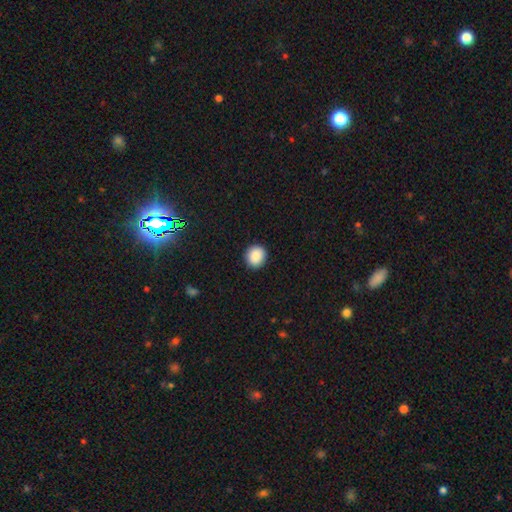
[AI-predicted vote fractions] smooth_or_featured: smooth (p=0.89) [alt: star or artifact p=0.08]
how_rounded: round (p=0.83) [alt: in between p=0.16]
merging: none (p=0.92) [alt: minor disturbance p=0.06]